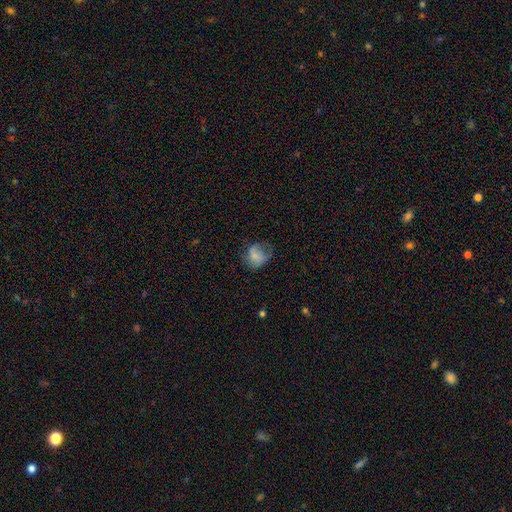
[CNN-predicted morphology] type=smooth (68%); roundness=round (55%); merging=none (40%).